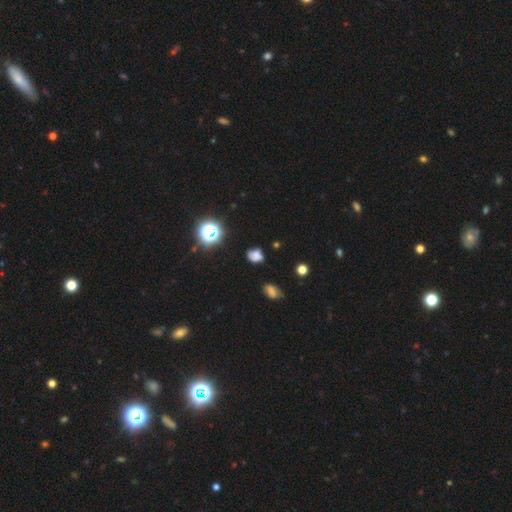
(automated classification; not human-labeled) A smooth galaxy with no disk features (64%) that is round (50%). Merging: none (63%).